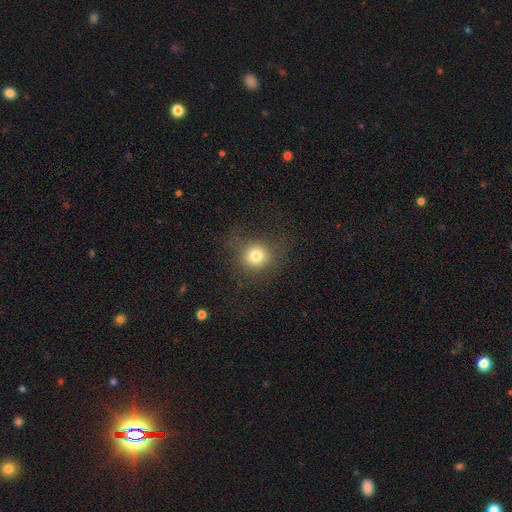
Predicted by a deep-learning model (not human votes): This is likely a smooth galaxy (77%). How rounded: clearly round (88%). Merging: likely none (76%).